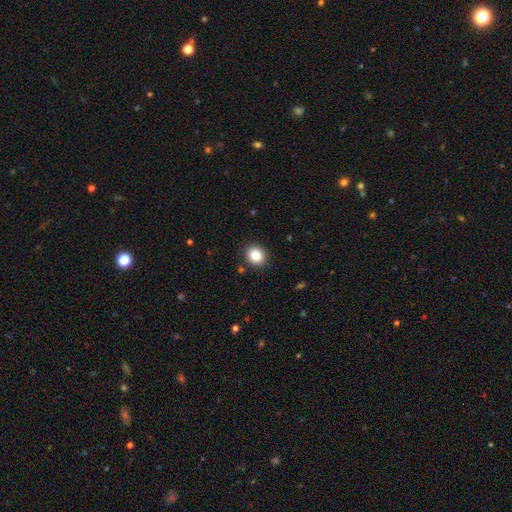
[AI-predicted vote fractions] This appears to be a smooth galaxy with no disk features (86%) that is round (71%). Merging: none (90%).